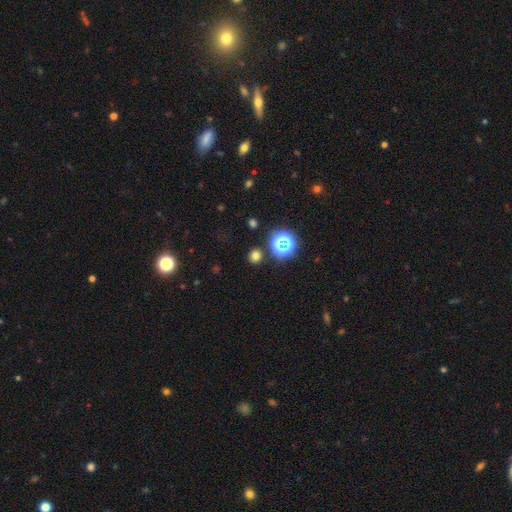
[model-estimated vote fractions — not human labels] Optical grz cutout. It shows a smooth galaxy with no disk features (70%) that is round (88%). Merging: none (87%).